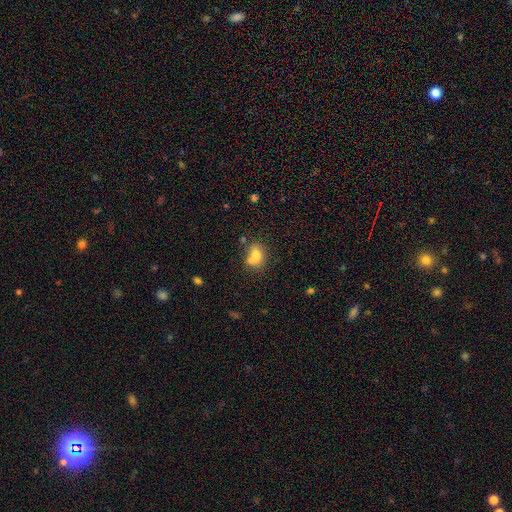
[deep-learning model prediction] Overall: smooth (76%). How rounded: in between (65%; round 33%). Merging: none (44%; merger 29%).